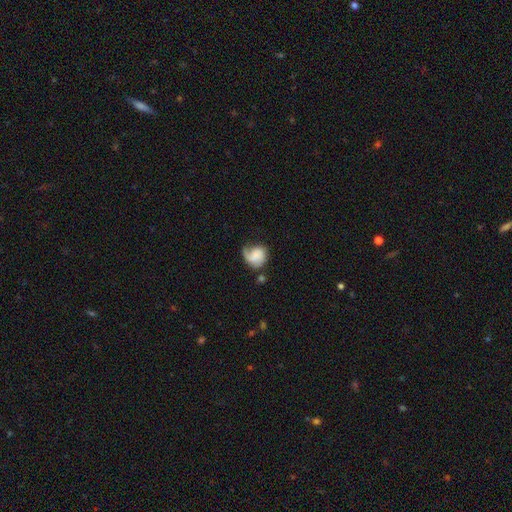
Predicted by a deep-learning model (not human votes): Q: Smooth or featured?
A: smooth (47%); runner-up: featured or disk (45%)
Q: Merging?
A: none (39%); runner-up: minor disturbance (29%)